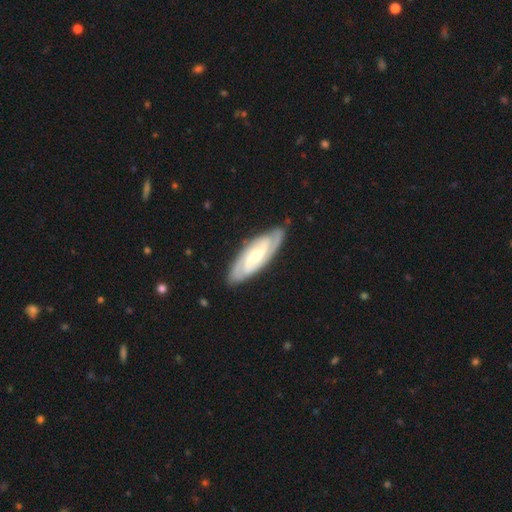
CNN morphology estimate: Smooth or featured?
  - featured or disk: 85% *
  - smooth: 11%
  - star or artifact: 4%
Edge-on disk?
  - no: 90% *
  - yes: 10%
Bar?
  - weak: 41% *
  - no: 31%
  - strong: 28%
Spiral arms?
  - yes: 96% *
  - no: 4%
Spiral winding?
  - tight: 54% *
  - medium: 37%
  - loose: 9%
Spiral arm count?
  - 2: 62% *
  - 3: 17%
  - can't tell: 12%
  - 4: 4%
  - 1: 3%
  - more than 4: 2%
Bulge size?
  - moderate: 53% *
  - small: 43%
  - large: 3%
  - none: 1%
  - dominant: 1%
Merging?
  - none: 85% *
  - minor disturbance: 12%
  - major disturbance: 2%
  - merger: 1%